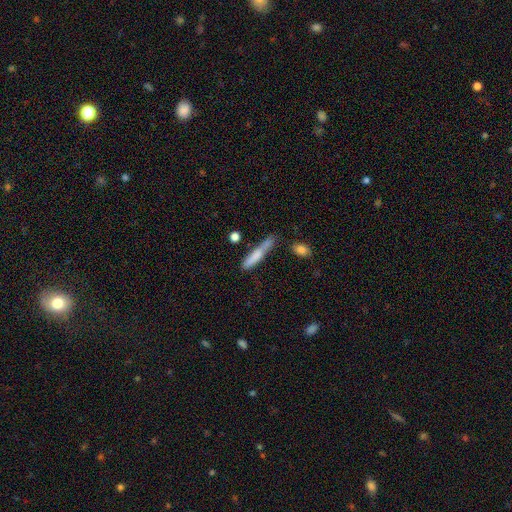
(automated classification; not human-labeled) A smooth galaxy with no disk features (73%) that is cigar-shaped (88%).

Vote fractions:
- Smooth or featured? smooth: 73% / featured or disk: 21% / star or artifact: 7%
- How rounded? cigar-shaped: 88% / in between: 10% / round: 2%
- Merging? none: 58% / minor disturbance: 23% / merger: 12% / major disturbance: 7%